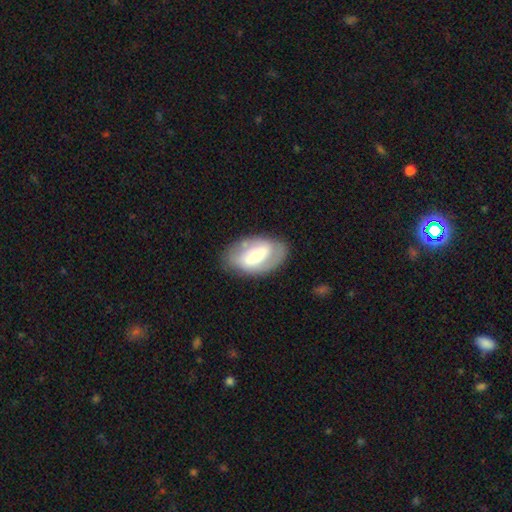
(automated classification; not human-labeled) This is likely a featured or disk galaxy (64%). It is clearly not viewed edge-on (91%). Bar: possibly strong (50%). Spiral arm pattern: possibly yes (54%). Central bulge: possibly moderate (57%). Merging: likely none (77%).